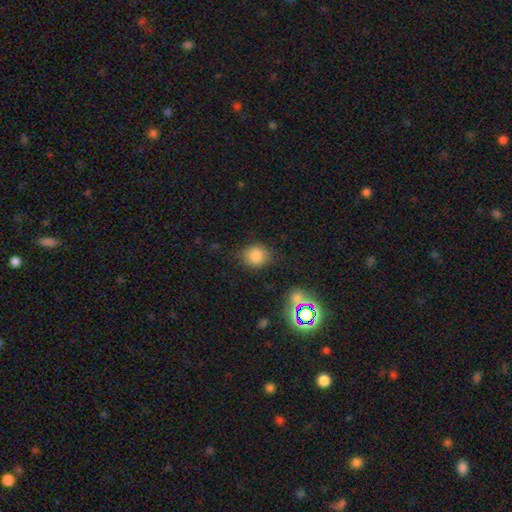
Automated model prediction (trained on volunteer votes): This is clearly a smooth galaxy (81%). How rounded: likely round (77%). Merging: likely none (79%).